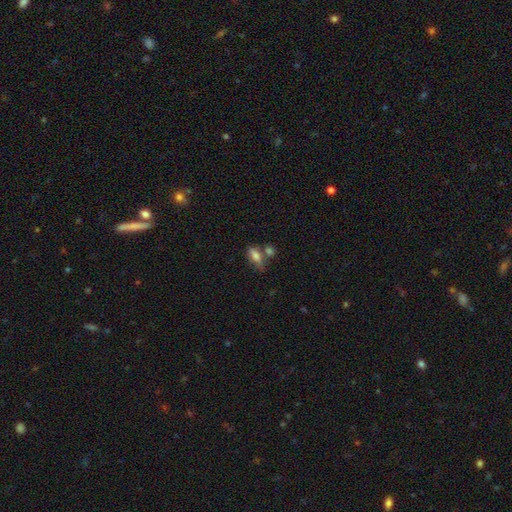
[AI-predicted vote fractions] Overall: smooth (78%). How rounded: in between (77%). Merging: none (45%; merger 27%).